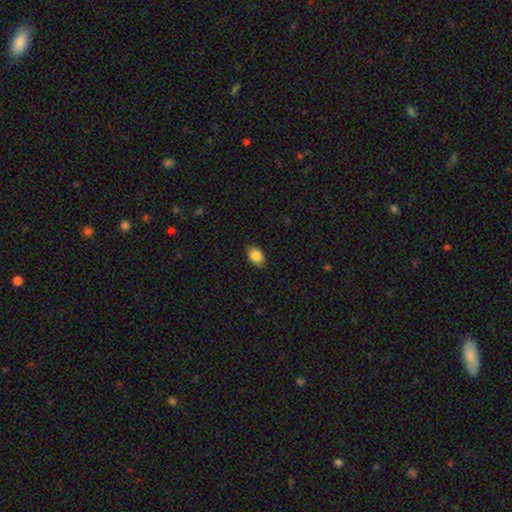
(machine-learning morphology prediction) Overall: smooth (87%). How rounded: in between (71%). Merging: none (86%).